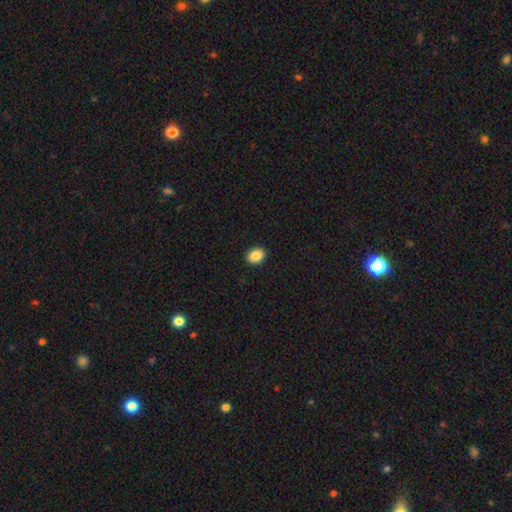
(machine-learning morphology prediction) Smooth or featured?
  - smooth: 88% *
  - star or artifact: 8%
  - featured or disk: 4%
How rounded?
  - in between: 63% *
  - round: 36%
  - cigar-shaped: 1%
Merging?
  - none: 92% *
  - minor disturbance: 6%
  - major disturbance: 2%
  - merger: 1%